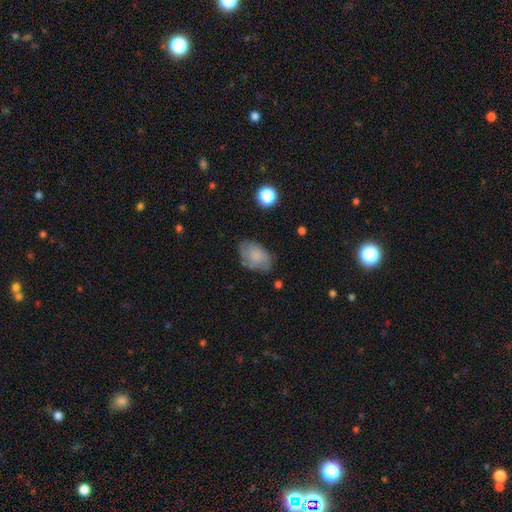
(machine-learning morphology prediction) type=smooth (74%); roundness=in between (89%); merging=none (68%).